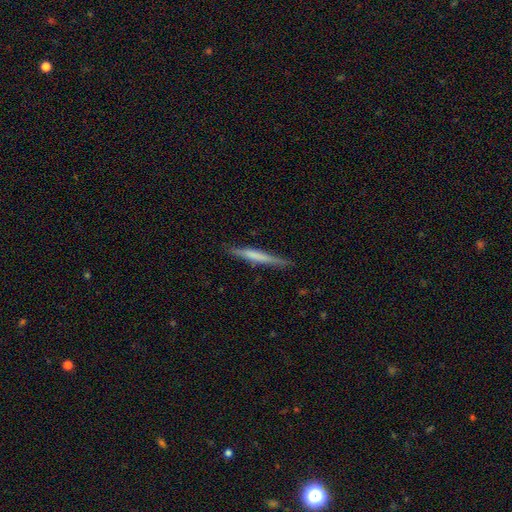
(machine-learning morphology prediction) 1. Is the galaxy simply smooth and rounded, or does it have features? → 54% smooth, 40% featured or disk, 6% star or artifact.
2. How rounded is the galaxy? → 96% cigar-shaped, 3% in between, 1% round.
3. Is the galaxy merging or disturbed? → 86% none, 11% minor disturbance, 2% major disturbance, 1% merger.